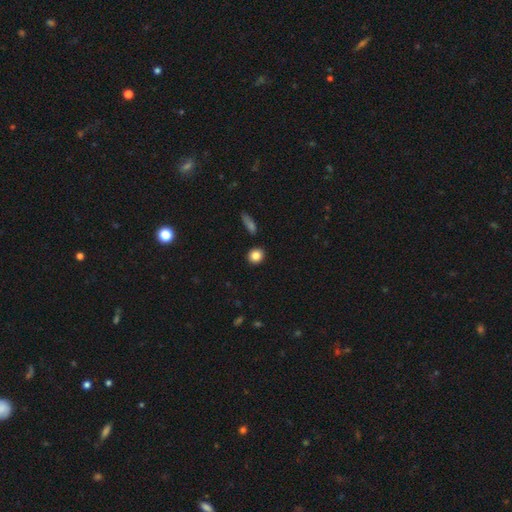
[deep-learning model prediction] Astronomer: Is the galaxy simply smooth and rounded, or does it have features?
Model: smooth — 85%.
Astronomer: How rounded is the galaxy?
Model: round — 85%.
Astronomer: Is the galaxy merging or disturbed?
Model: none — 89%.